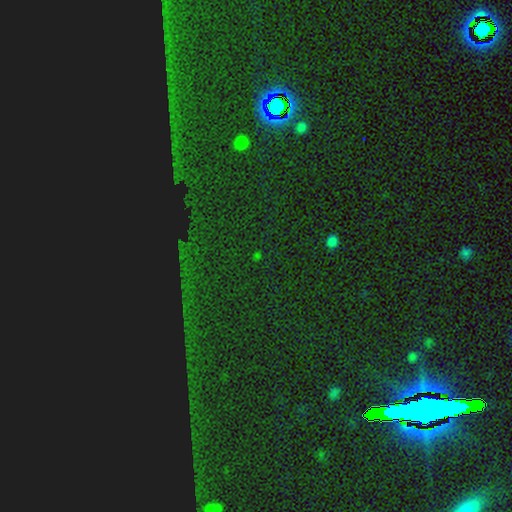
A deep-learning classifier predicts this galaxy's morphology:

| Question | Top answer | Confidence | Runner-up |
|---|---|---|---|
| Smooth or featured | star or artifact | 84% | smooth (9%) |